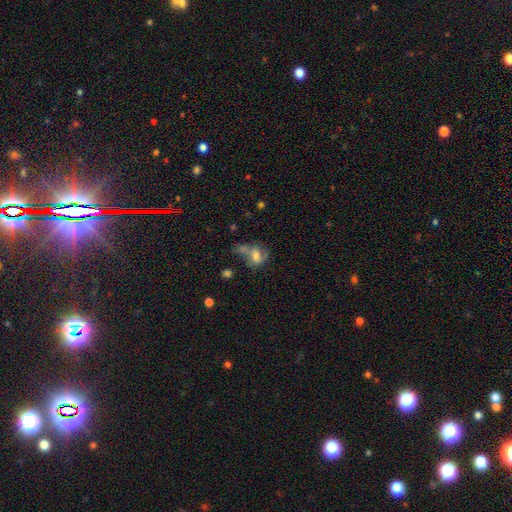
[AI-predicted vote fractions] Overall: smooth (44%; featured or disk 40%). Merging: none (33%; merger 26%).